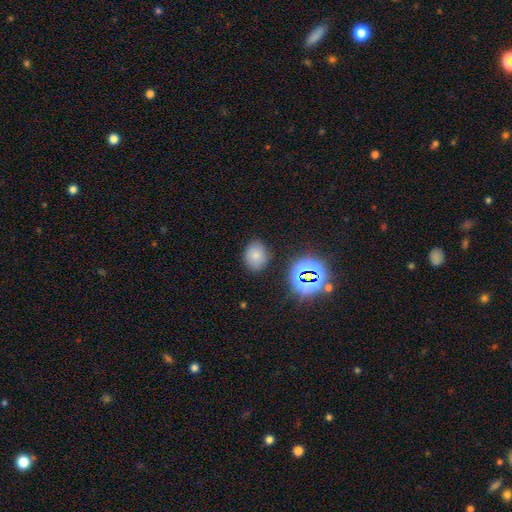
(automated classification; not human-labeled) This is likely a smooth galaxy (73%). How rounded: possibly in between (53%). Merging: clearly none (83%).